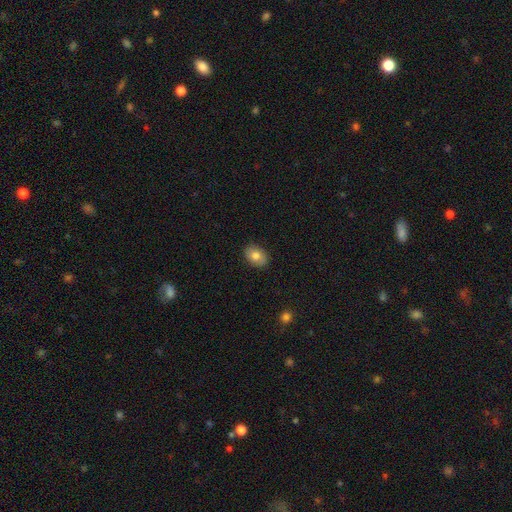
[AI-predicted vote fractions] Overall: smooth (80%). How rounded: in between (79%). Merging: none (89%).